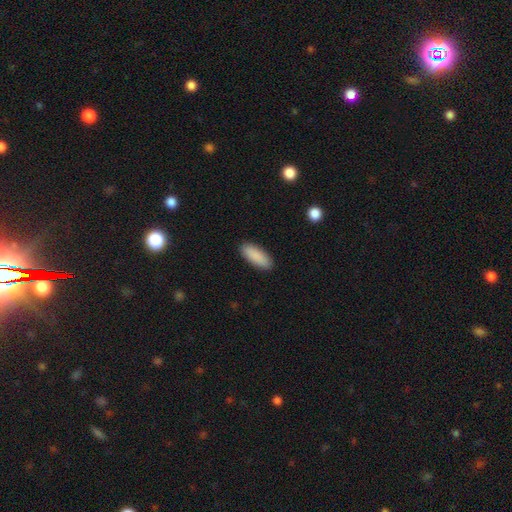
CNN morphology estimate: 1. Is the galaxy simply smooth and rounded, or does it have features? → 90% smooth, 6% star or artifact, 4% featured or disk.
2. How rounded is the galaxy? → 71% in between, 27% cigar-shaped, 2% round.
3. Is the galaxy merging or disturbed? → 90% none, 7% minor disturbance, 2% major disturbance, 1% merger.